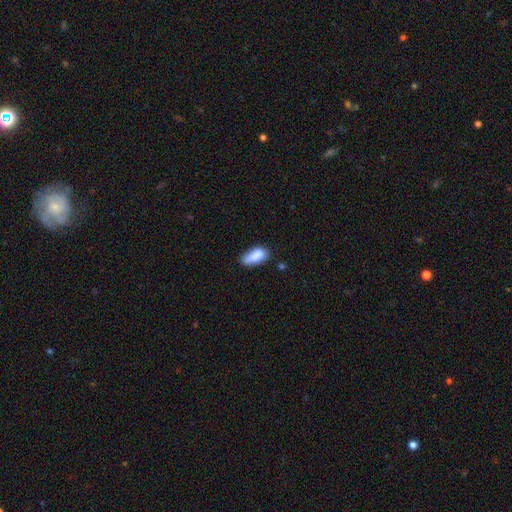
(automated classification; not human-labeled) Smooth or featured?
  - smooth: 82% *
  - featured or disk: 11%
  - star or artifact: 8%
How rounded?
  - in between: 81% *
  - cigar-shaped: 16%
  - round: 3%
Merging?
  - none: 55% *
  - minor disturbance: 29%
  - merger: 9%
  - major disturbance: 7%